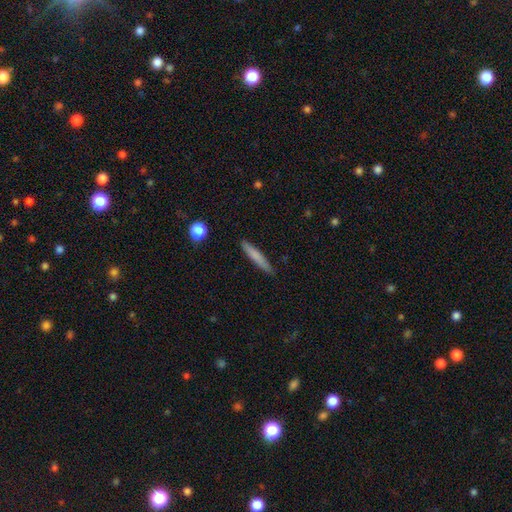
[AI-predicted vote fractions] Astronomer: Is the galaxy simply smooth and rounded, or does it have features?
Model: smooth — 73%.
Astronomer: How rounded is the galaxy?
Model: cigar-shaped — 93%.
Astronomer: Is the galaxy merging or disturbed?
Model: none — 88%.